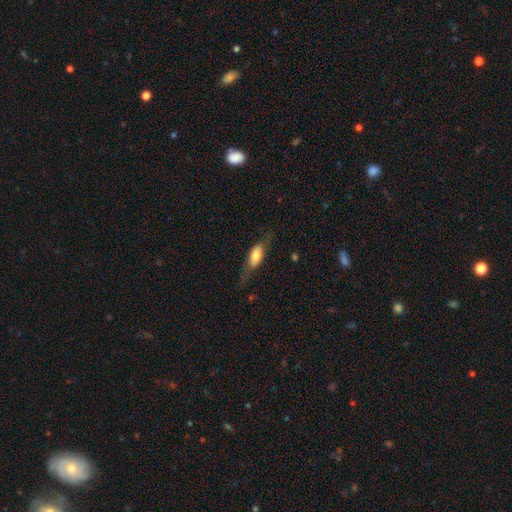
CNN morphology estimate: Overall: smooth (62%; featured or disk 32%). How rounded: in between (71%). Merging: none (64%).